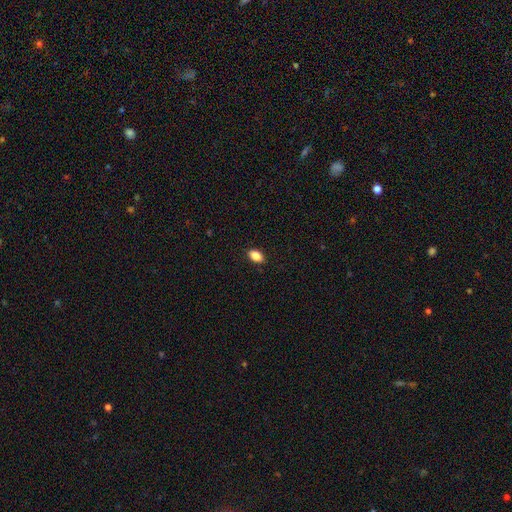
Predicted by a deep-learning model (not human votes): smooth 87%, star or artifact 8%, featured or disk 5%. Down the decision tree: how rounded — in between (89%); merging — none (89%).